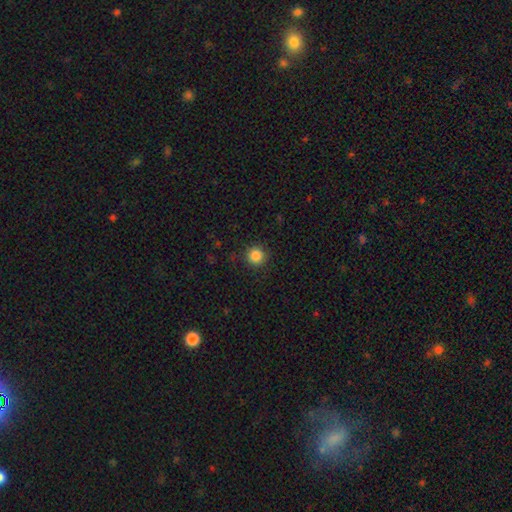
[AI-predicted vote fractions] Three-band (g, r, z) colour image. It shows a smooth galaxy with no disk features (86%) that is round (95%). Merging: none (90%).